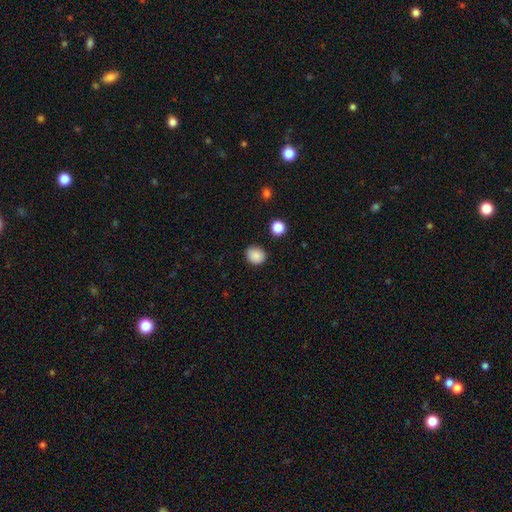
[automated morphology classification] type=smooth (87%); roundness=round (66%); merging=none (86%).